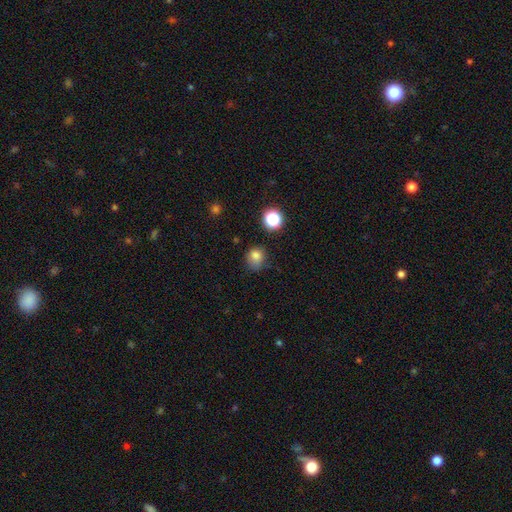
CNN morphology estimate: This appears to be a smooth galaxy with no disk features (78%) that is round (71%). Merging: none (60%).